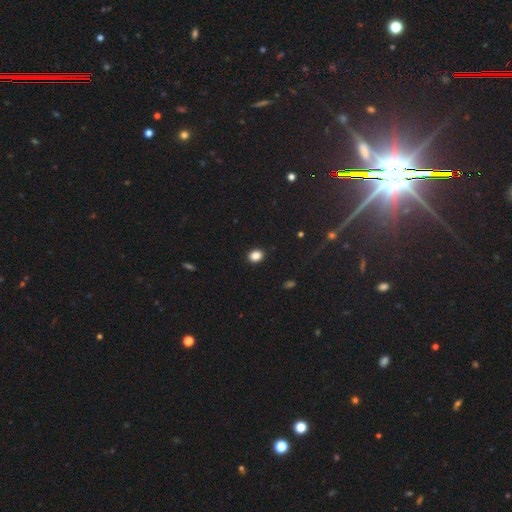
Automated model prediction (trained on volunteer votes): Overall: smooth (86%). How rounded: in between (51%; round 48%). Merging: none (91%).